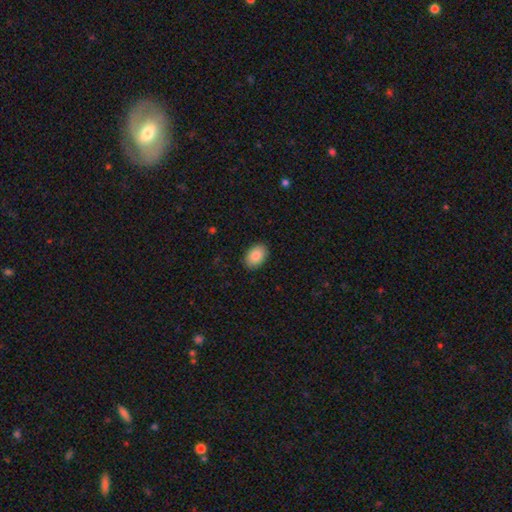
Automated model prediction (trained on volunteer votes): A smooth galaxy with no disk features (87%) that is in between round and cigar-shaped (83%).

Vote fractions:
- Smooth or featured? smooth: 87% / star or artifact: 7% / featured or disk: 6%
- How rounded? in between: 83% / round: 16% / cigar-shaped: 1%
- Merging? none: 89% / minor disturbance: 8% / major disturbance: 2% / merger: 1%